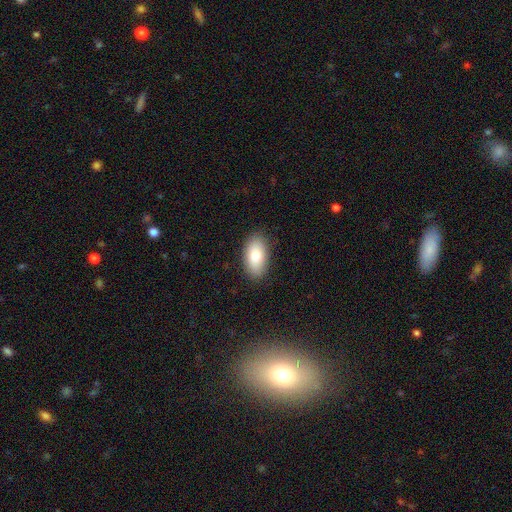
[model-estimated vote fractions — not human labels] smooth_or_featured: smooth (p=0.82) [alt: featured or disk p=0.12]
how_rounded: in between (p=0.93) [alt: cigar-shaped p=0.03]
merging: none (p=0.88) [alt: minor disturbance p=0.09]